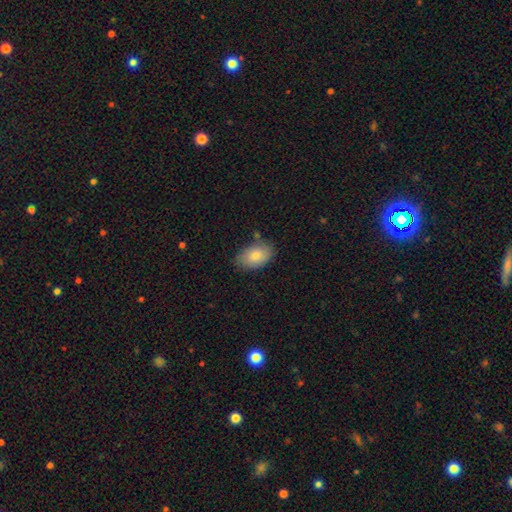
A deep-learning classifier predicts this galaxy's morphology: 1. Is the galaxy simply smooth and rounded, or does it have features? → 81% smooth, 12% featured or disk, 7% star or artifact.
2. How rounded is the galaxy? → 90% in between, 9% round, 1% cigar-shaped.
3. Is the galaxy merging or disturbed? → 77% none, 17% minor disturbance, 3% major disturbance, 3% merger.